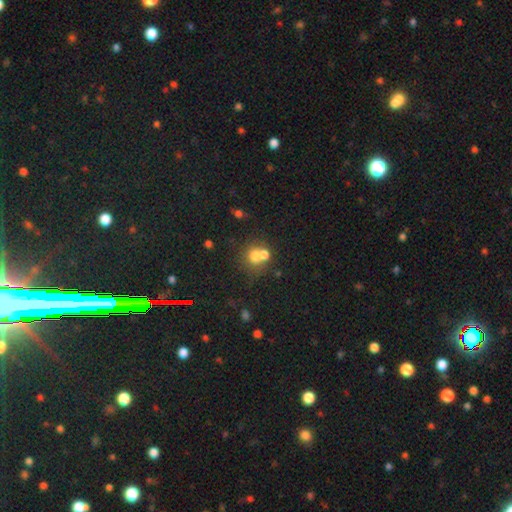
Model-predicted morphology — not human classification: smooth-or-featured: smooth: 67% | featured or disk: 18% | star or artifact: 15%
  how-rounded: round: 78% | in between: 21% | cigar-shaped: 1%
  merging: merger: 49% | none: 38% | minor disturbance: 8% | major disturbance: 5%